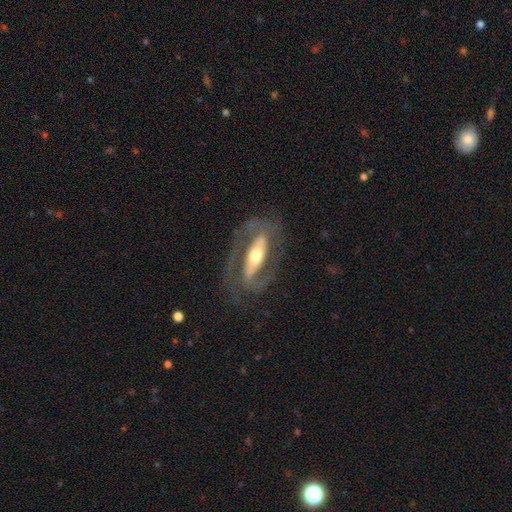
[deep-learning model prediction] Smooth or featured: featured or disk — 81% (smooth — 14%)
Edge-on disk: no — 84% (yes — 16%)
Bar: strong — 55% (no — 25%)
Spiral arms: yes — 77% (no — 23%)
Spiral winding: medium — 47% (tight — 33%)
Spiral arm count: 2 — 84% (can't tell — 7%)
Bulge size: moderate — 64% (large — 18%)
Merging: none — 72% (minor disturbance — 14%)